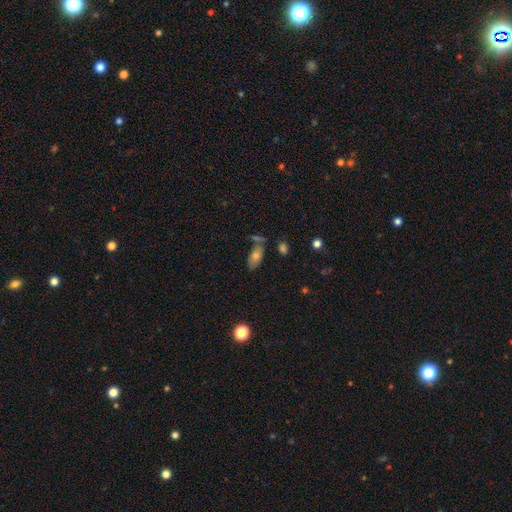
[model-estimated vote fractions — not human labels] Smooth or featured? smooth (72%)
How rounded? in between (87%)
Merging? none (64%)